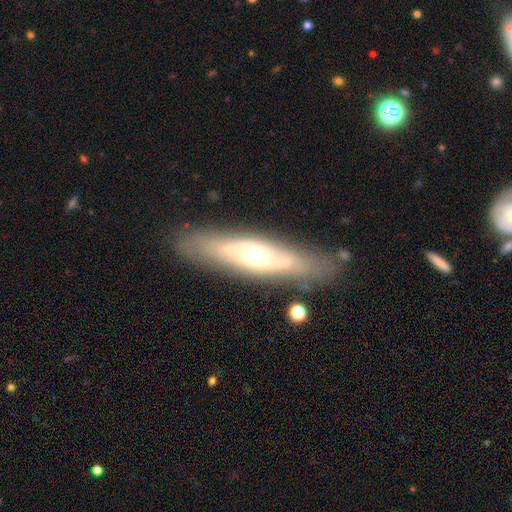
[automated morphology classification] The model was most divided on "edge-on disk": no: 61%, yes: 39%. More confident: merging — none (81%); smooth or featured — featured or disk (66%).